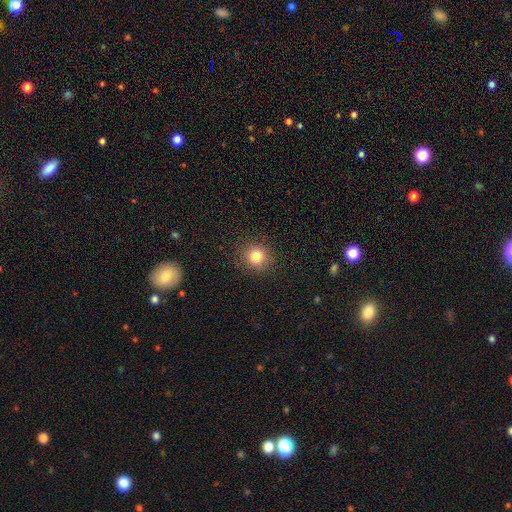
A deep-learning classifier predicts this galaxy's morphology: This is clearly a smooth galaxy (81%). How rounded: clearly round (90%). Merging: clearly none (89%).